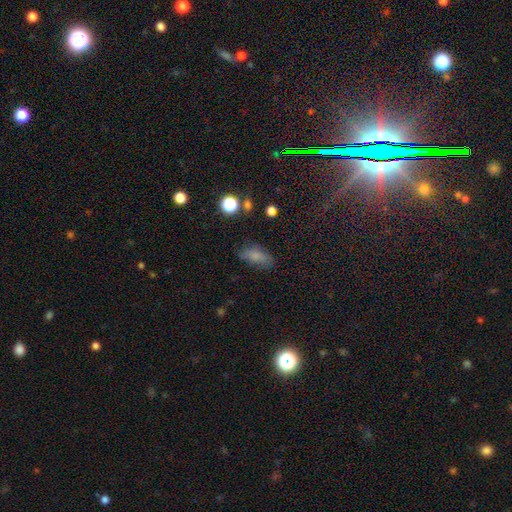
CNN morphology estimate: Smooth or featured? smooth (75%)
How rounded? in between (82%)
Merging? none (67%)